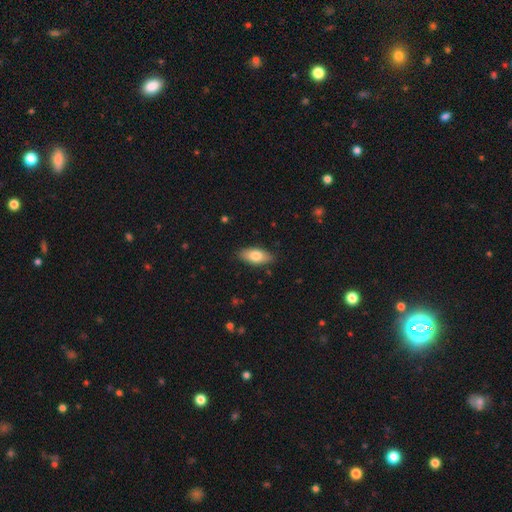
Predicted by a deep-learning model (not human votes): A smooth galaxy with no disk features (79%) that is in between round and cigar-shaped (88%). Merging: none (86%).